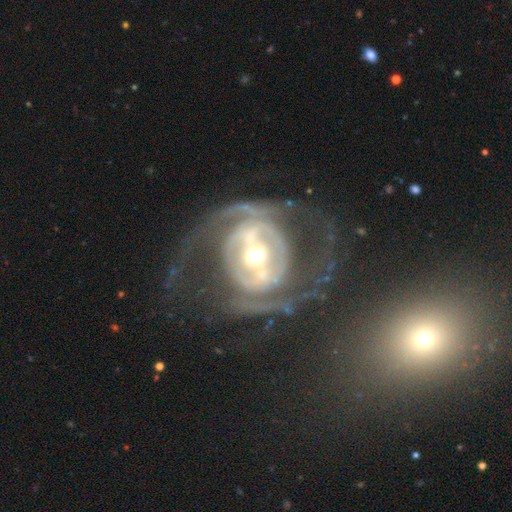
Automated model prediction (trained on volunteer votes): A featured or disk galaxy (86%) with a strong bar (44%), 2 (59%) tight (39%, tied with medium) spiral arms (80%) and a moderate central bulge (58%).

Vote fractions:
- Smooth or featured? featured or disk: 86% / smooth: 8% / star or artifact: 6%
- Edge-on disk? no: 96% / yes: 4%
- Bar? strong: 44% / weak: 31% / no: 25%
- Spiral arms? yes: 80% / no: 20%
- Spiral winding? tight: 39% (tied) / medium: 39% (tied) / loose: 22%
- Spiral arm count? 2: 59% / can't tell: 20% / 3: 8% / 1: 6% / 4: 4% / more than 4: 3%
- Bulge size? moderate: 58% / small: 32% / large: 7% / dominant: 1% / none: 1%
- Merging? none: 49% / major disturbance: 31% / minor disturbance: 15% / merger: 5%